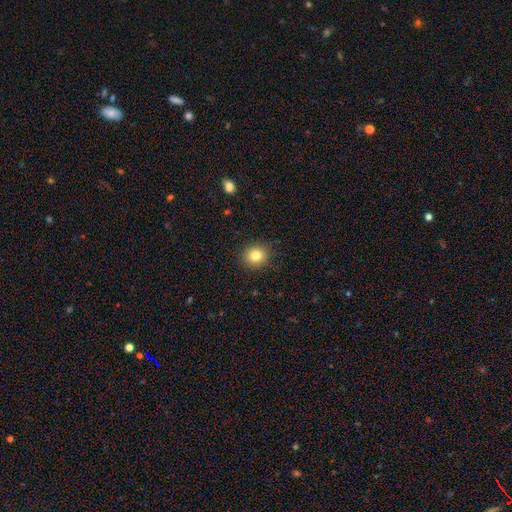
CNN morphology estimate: Q: Smooth or featured?
A: smooth (82%); runner-up: star or artifact (11%)
Q: How rounded?
A: round (81%); runner-up: in between (18%)
Q: Merging?
A: none (89%); runner-up: minor disturbance (7%)